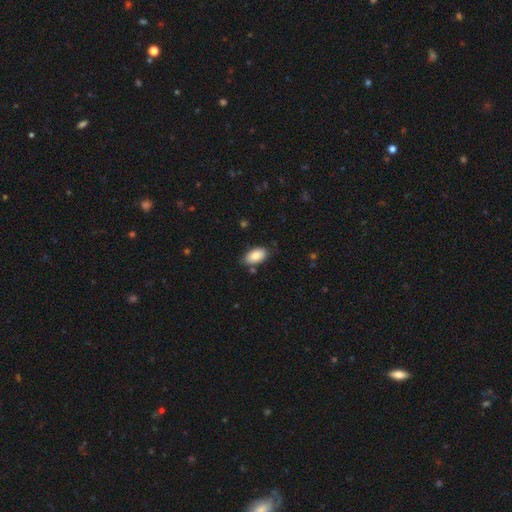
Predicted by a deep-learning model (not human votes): The model was most divided on "merging": none: 79%, minor disturbance: 15%, merger: 3%, major disturbance: 3%. More confident: how rounded — in between (94%); smooth or featured — smooth (87%).